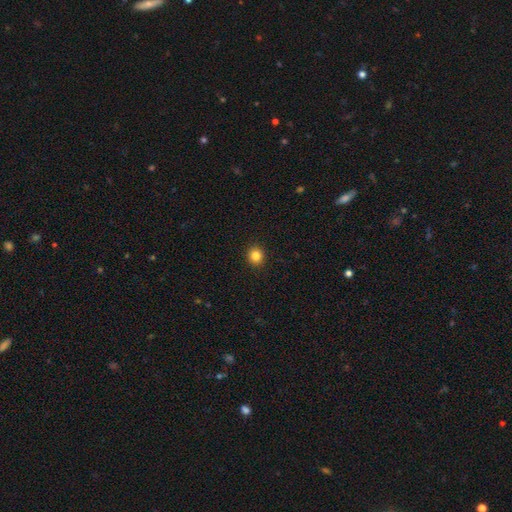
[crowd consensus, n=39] Smooth or featured?
  - smooth: 87% *
  - star or artifact: 8%
  - featured or disk: 5%
How rounded?
  - round: 97% *
  - in between: 3%
  - cigar-shaped: 0%
Merging?
  - none: 100% *
  - minor disturbance: 0%
  - major disturbance: 0%
  - merger: 0%